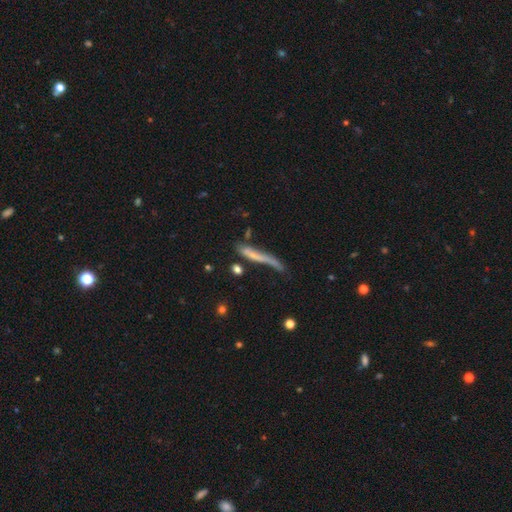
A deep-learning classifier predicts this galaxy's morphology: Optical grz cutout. It shows a smooth galaxy with no disk features (52%) that is cigar-shaped (92%). Merging: none (41%).